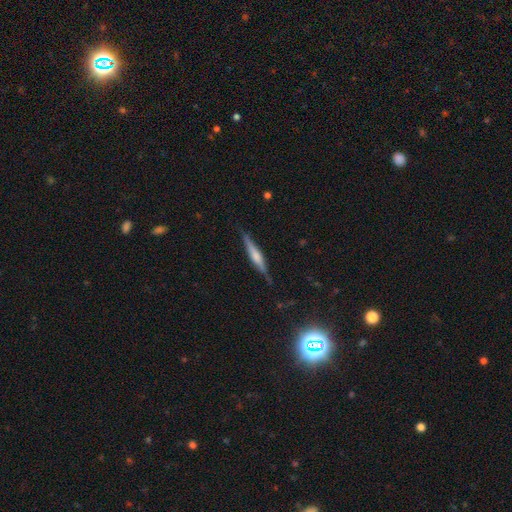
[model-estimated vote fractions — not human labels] A featured or disk galaxy (59%) viewed edge-on (96%) with a rounded central bulge (59%). Merging: none (83%).